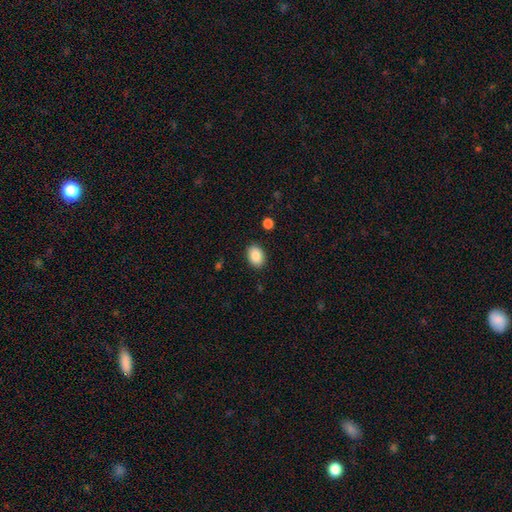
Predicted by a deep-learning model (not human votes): Smooth or featured? smooth (88%)
How rounded? in between (73%)
Merging? none (89%)